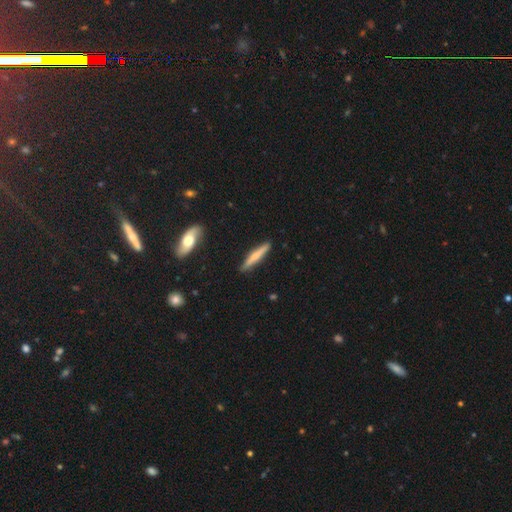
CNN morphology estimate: A smooth galaxy with no disk features (57%) that is cigar-shaped (92%). Merging: none (89%).